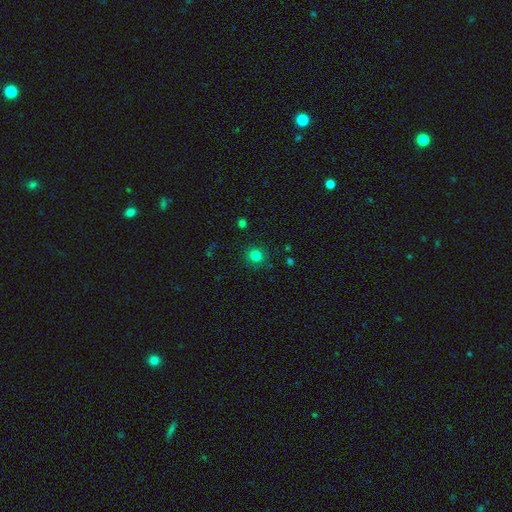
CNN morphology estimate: A smooth galaxy with no disk features (81%) that is round (91%).

Vote fractions:
- Smooth or featured? smooth: 81% / star or artifact: 14% / featured or disk: 5%
- How rounded? round: 91% / in between: 9% / cigar-shaped: 1%
- Merging? none: 88% / minor disturbance: 8% / major disturbance: 3% / merger: 1%